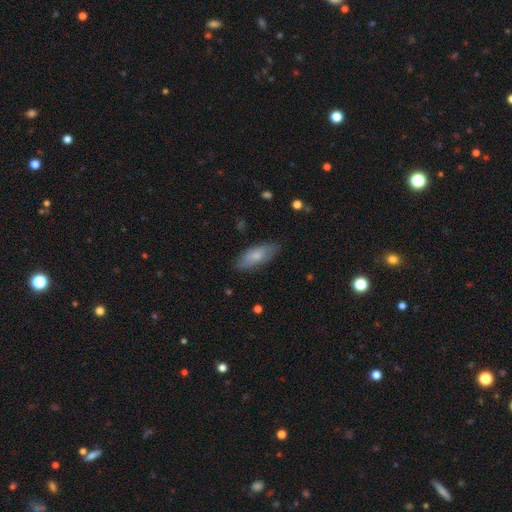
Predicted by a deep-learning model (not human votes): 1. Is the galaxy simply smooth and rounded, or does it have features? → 74% smooth, 20% featured or disk, 6% star or artifact.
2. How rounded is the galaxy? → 73% in between, 25% cigar-shaped, 2% round.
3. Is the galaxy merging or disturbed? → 78% none, 17% minor disturbance, 3% major disturbance, 1% merger.